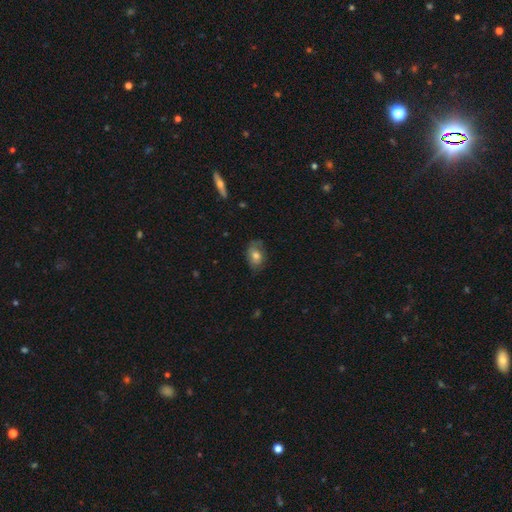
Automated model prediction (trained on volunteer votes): Smooth or featured?
  - smooth: 67% *
  - featured or disk: 24%
  - star or artifact: 9%
How rounded?
  - in between: 78% *
  - round: 21%
  - cigar-shaped: 2%
Merging?
  - none: 66% *
  - minor disturbance: 25%
  - major disturbance: 8%
  - merger: 1%